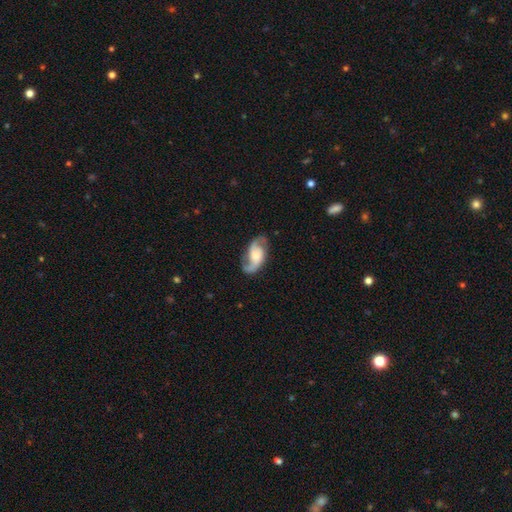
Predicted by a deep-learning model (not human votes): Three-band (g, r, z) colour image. It shows a featured or disk galaxy (84%) with no bar (55%), 2 (91%) medium (47%) spiral arms (97%) and a moderate central bulge (34%). Merging: none (76%).